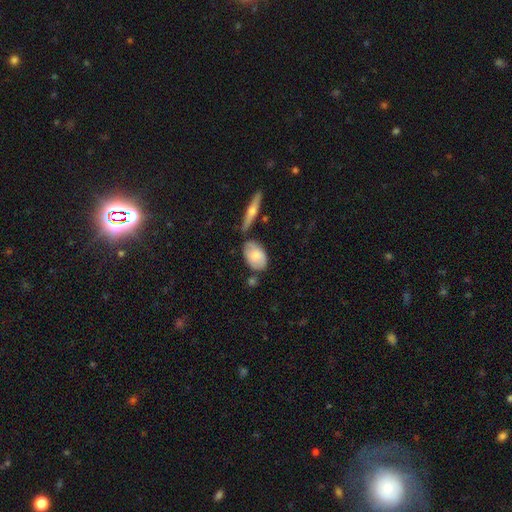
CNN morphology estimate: Q: Smooth or featured?
A: smooth (71%); runner-up: featured or disk (23%)
Q: How rounded?
A: in between (86%); runner-up: round (11%)
Q: Merging?
A: none (60%); runner-up: minor disturbance (23%)